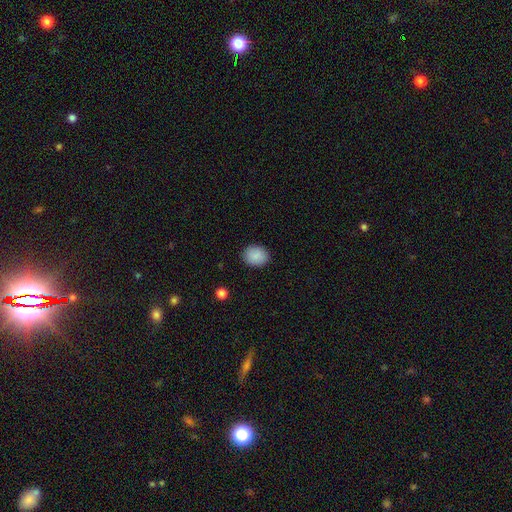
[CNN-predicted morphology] This appears to be a smooth galaxy with no disk features (89%) that is round (52%). Merging: none (88%).